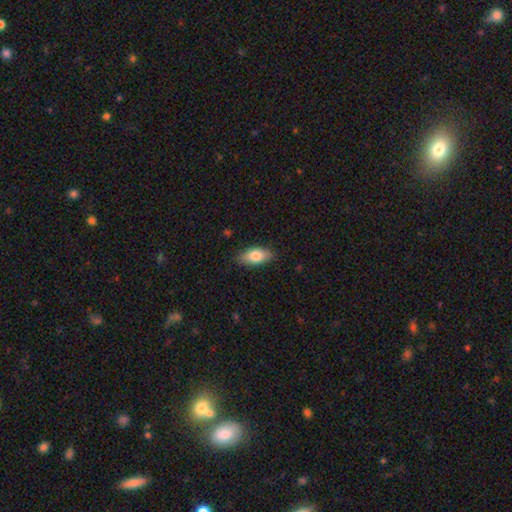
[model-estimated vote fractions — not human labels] Smooth or featured: smooth — 80% (featured or disk — 14%)
How rounded: in between — 87% (cigar-shaped — 10%)
Merging: none — 86% (minor disturbance — 11%)